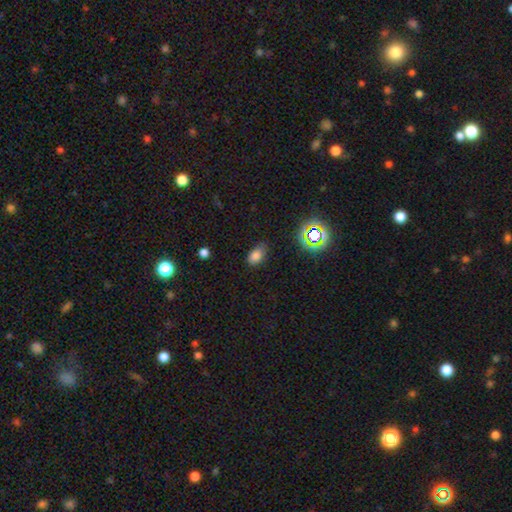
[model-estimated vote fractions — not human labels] smooth_or_featured: smooth (p=0.77) [alt: star or artifact p=0.17]
how_rounded: in between (p=0.88) [alt: round p=0.11]
merging: none (p=0.73) [alt: minor disturbance p=0.21]